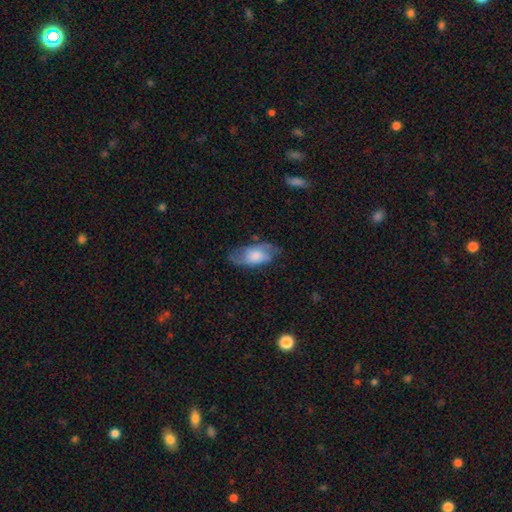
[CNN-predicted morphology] A smooth galaxy with no disk features (55%) that is in between round and cigar-shaped (90%).

Vote fractions:
- Smooth or featured? smooth: 55% / featured or disk: 38% / star or artifact: 7%
- How rounded? in between: 90% / cigar-shaped: 6% / round: 4%
- Merging? none: 57% / minor disturbance: 27% / major disturbance: 14% / merger: 2%